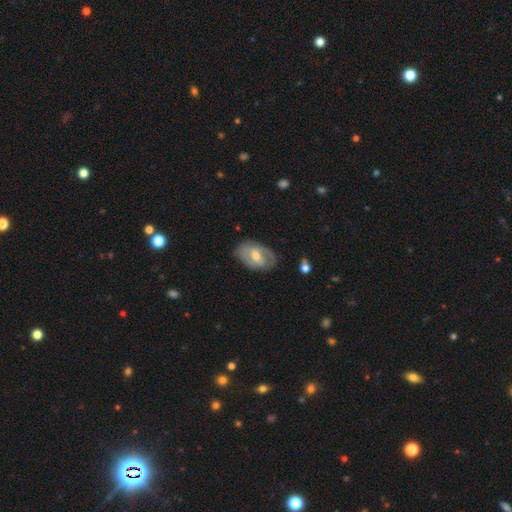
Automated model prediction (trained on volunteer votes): Smooth or featured: featured or disk — 58% (smooth — 36%)
Edge-on disk: no — 93% (yes — 7%)
Bar: weak — 49% (no — 27%)
Spiral arms: yes — 61% (no — 39%)
Bulge size: moderate — 61% (small — 32%)
Merging: none — 75% (minor disturbance — 18%)